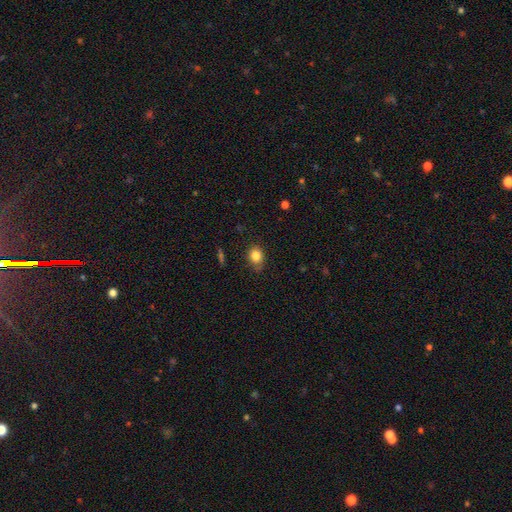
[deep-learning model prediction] Q: Smooth or featured?
A: smooth (84%); runner-up: star or artifact (10%)
Q: How rounded?
A: round (58%); runner-up: in between (40%)
Q: Merging?
A: none (72%); runner-up: minor disturbance (22%)